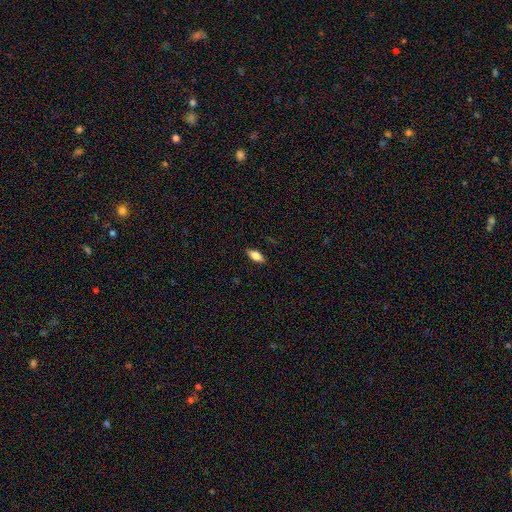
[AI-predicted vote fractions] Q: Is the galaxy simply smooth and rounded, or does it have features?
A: smooth — 74%.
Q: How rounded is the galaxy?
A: in between — 80%.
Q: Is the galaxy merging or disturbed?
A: none — 88%.